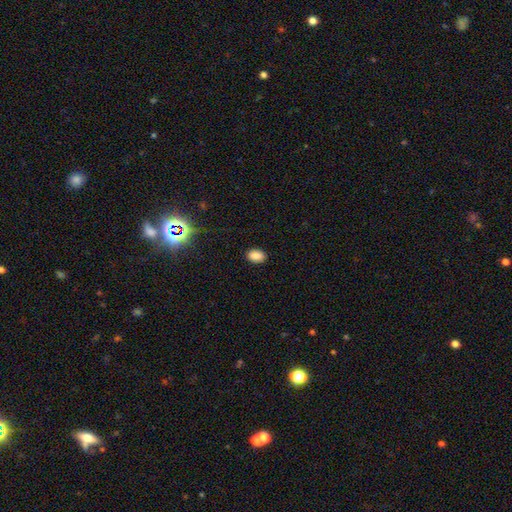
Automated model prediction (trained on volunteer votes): Morphology: type=smooth (86%); roundness=in between (84%); merging=none (89%).